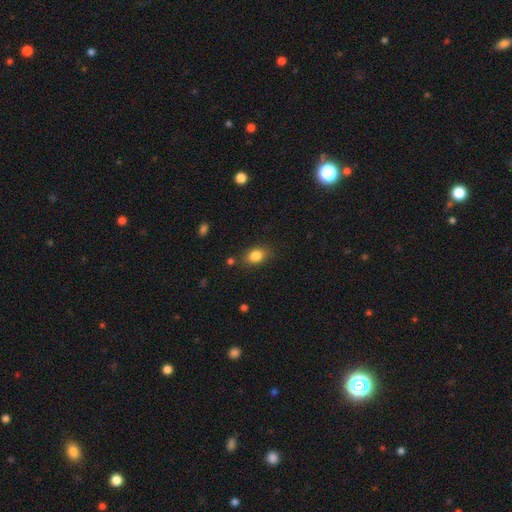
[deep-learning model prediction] A smooth galaxy with no disk features (84%) that is in between round and cigar-shaped (75%). Merging: none (80%).